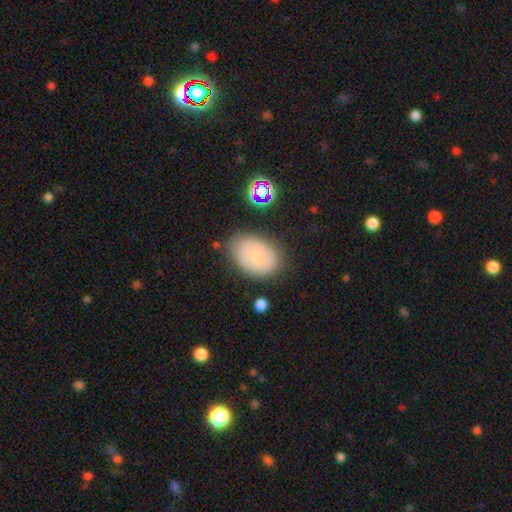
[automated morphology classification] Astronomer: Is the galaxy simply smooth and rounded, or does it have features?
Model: smooth — 53% (runner-up: featured or disk, 37%).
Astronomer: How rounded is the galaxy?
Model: in between — 74%.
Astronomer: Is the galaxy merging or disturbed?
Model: none — 75%.